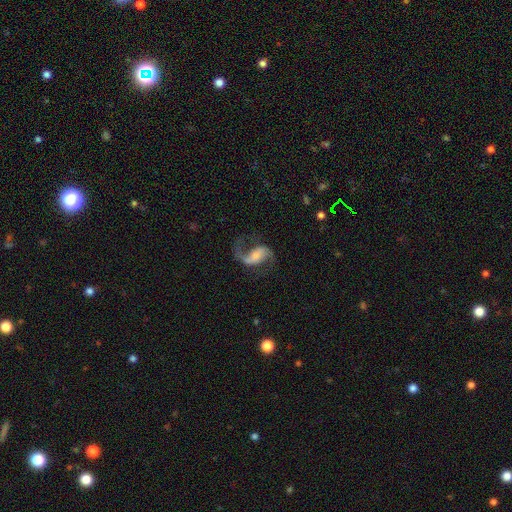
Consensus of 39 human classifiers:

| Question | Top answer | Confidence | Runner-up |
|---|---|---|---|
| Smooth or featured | featured or disk | 85% | star or artifact (10%) |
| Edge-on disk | no | 97% | yes (3%) |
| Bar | strong | 41% | weak (38%) |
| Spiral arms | yes | 97% | no (3%) |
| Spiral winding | medium | 55% | loose (45%) |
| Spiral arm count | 2 | 90% | 1 (10%) |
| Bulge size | small | 47% | moderate (41%) |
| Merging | none | 89% | minor disturbance (11%) |